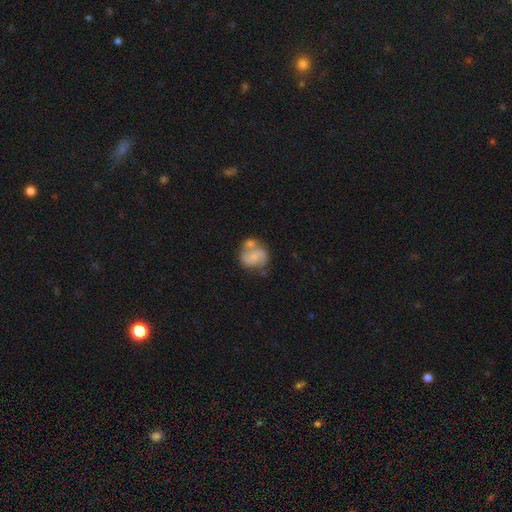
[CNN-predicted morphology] A featured or disk galaxy (47%). Merging: none (42%).